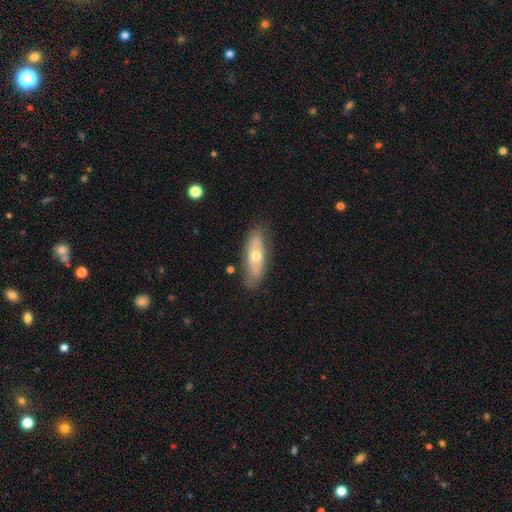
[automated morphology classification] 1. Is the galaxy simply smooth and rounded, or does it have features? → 49% smooth, 45% featured or disk, 6% star or artifact.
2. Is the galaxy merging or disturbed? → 79% none, 15% minor disturbance, 4% major disturbance, 2% merger.